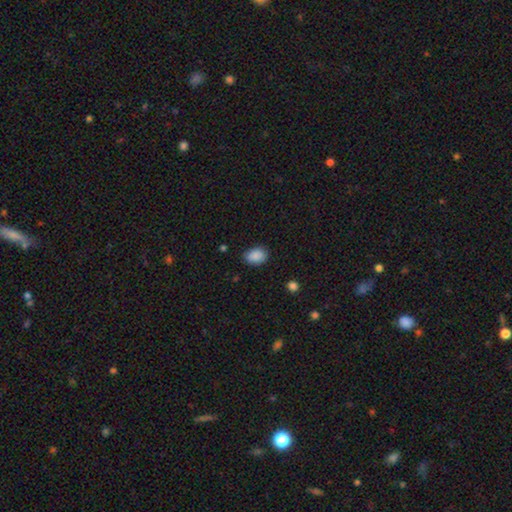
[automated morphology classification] type=smooth (88%); roundness=in between (71%); merging=none (80%).